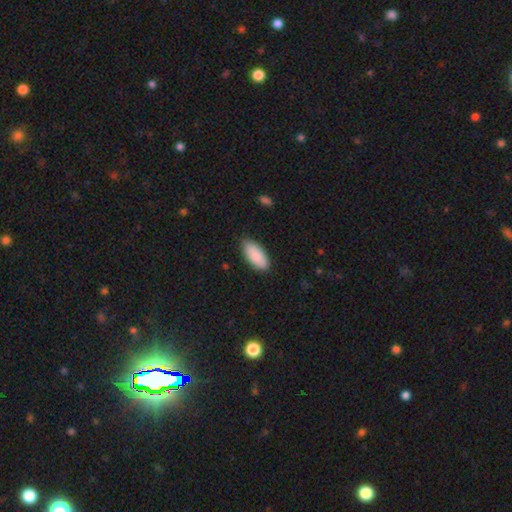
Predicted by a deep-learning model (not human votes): Morphology: type=smooth (90%); roundness=in between (89%); merging=none (84%).